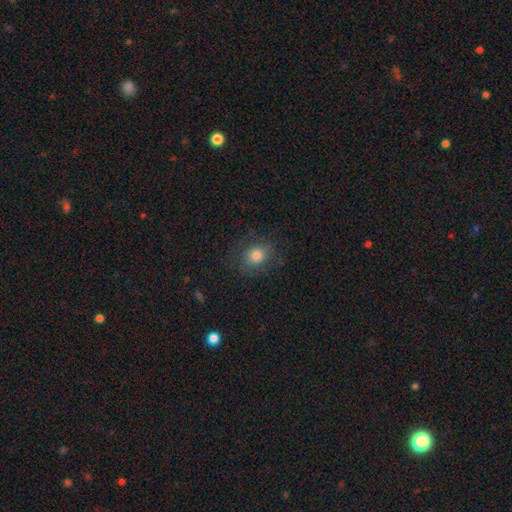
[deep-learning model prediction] smooth 78%, star or artifact 11%, featured or disk 10%. Down the decision tree: how rounded — round (67%); merging — none (78%).